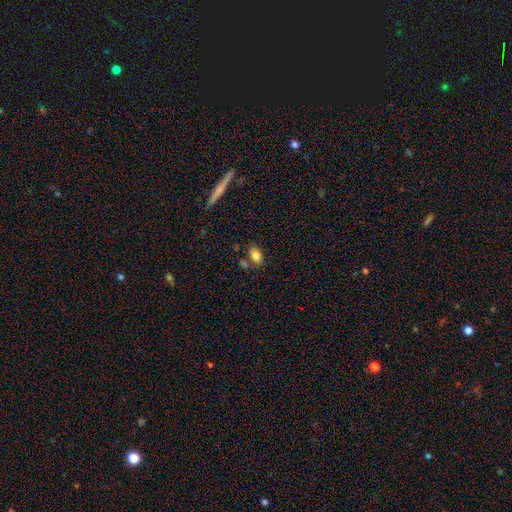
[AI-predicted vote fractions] smooth 82%, featured or disk 10%, star or artifact 9%. Down the decision tree: how rounded — in between (85%); merging — none (69%).